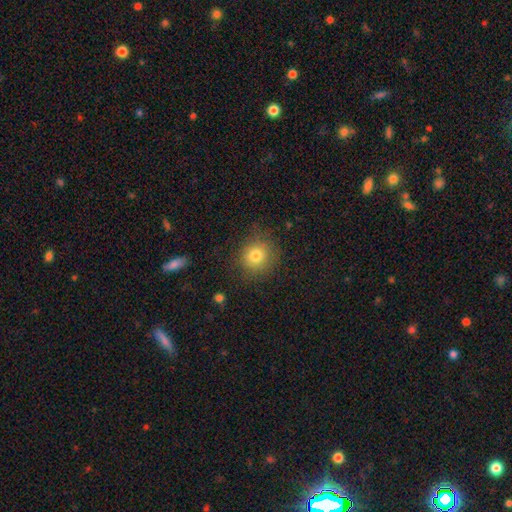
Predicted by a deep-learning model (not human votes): Smooth or featured? Predicted: smooth (p=0.79). How rounded? Predicted: round (p=0.87). Merging? Predicted: none (p=0.83).